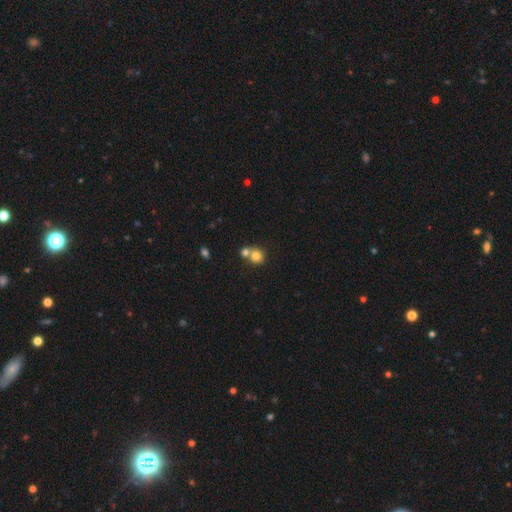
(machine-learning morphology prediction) smooth 79%, star or artifact 11%, featured or disk 10%. Down the decision tree: how rounded — round (84%); merging — merger (49%).